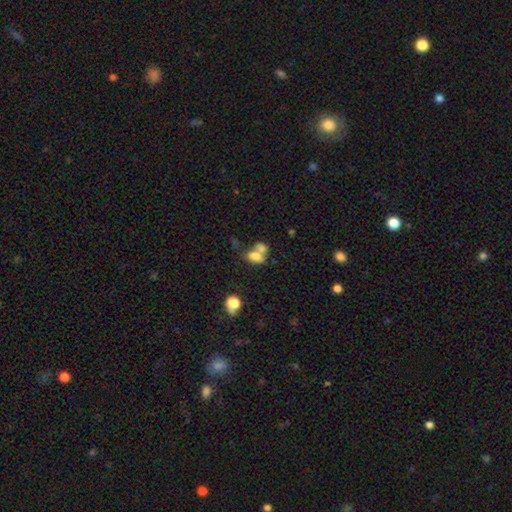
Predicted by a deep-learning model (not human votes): Smooth or featured?
  - smooth: 75% *
  - featured or disk: 14%
  - star or artifact: 11%
How rounded?
  - in between: 84% *
  - round: 14%
  - cigar-shaped: 2%
Merging?
  - merger: 60% *
  - none: 25%
  - minor disturbance: 9%
  - major disturbance: 6%